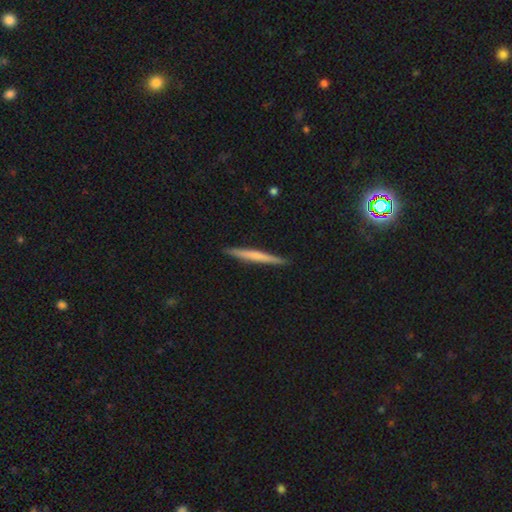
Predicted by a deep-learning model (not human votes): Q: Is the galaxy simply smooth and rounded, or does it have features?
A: smooth — 53%.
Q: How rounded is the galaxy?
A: cigar-shaped — 97%.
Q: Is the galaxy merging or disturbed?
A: none — 92%.